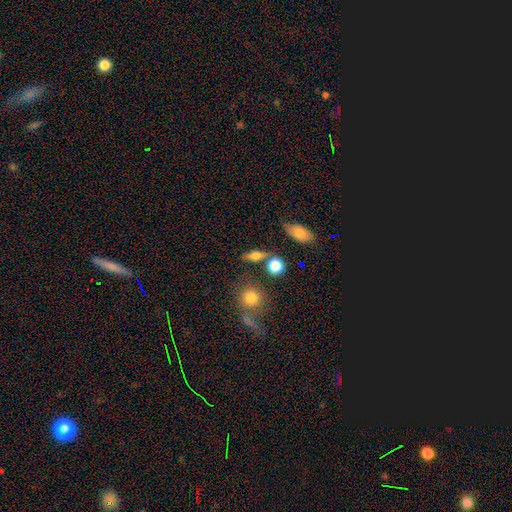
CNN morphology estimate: Q: Smooth or featured?
A: smooth (51%); runner-up: featured or disk (37%)
Q: How rounded?
A: in between (43%); runner-up: cigar-shaped (30%)
Q: Merging?
A: none (73%); runner-up: minor disturbance (12%)